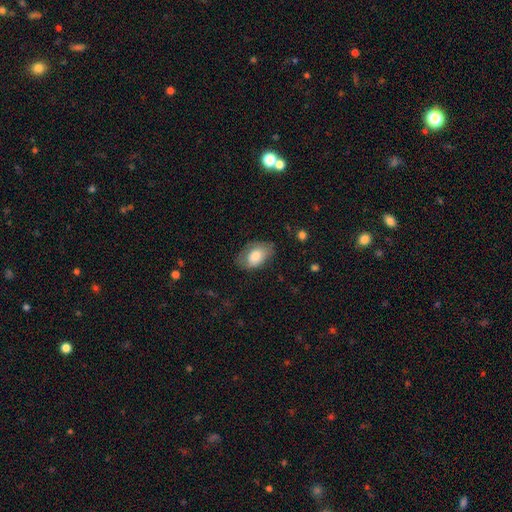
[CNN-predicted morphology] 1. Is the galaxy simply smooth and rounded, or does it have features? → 74% smooth, 19% featured or disk, 7% star or artifact.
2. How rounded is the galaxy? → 90% in between, 9% round, 1% cigar-shaped.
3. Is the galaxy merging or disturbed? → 62% none, 26% minor disturbance, 10% major disturbance, 1% merger.